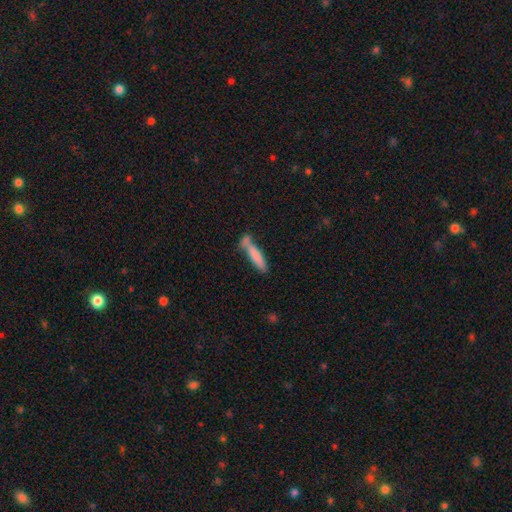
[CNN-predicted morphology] A smooth galaxy with no disk features (78%) that is cigar-shaped (83%). Merging: none (51%).